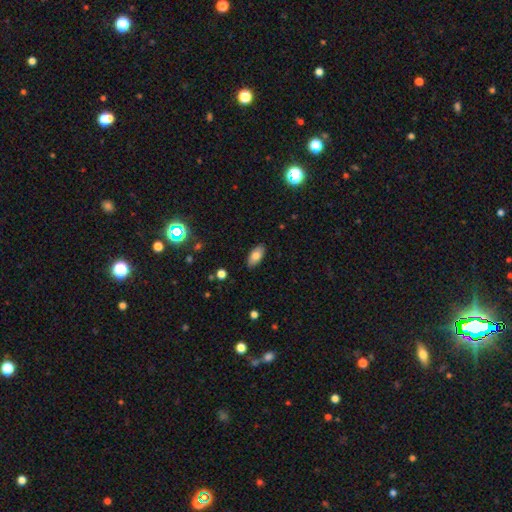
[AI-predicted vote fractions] A smooth galaxy with no disk features (79%) that is in between round and cigar-shaped (92%). Merging: none (88%).